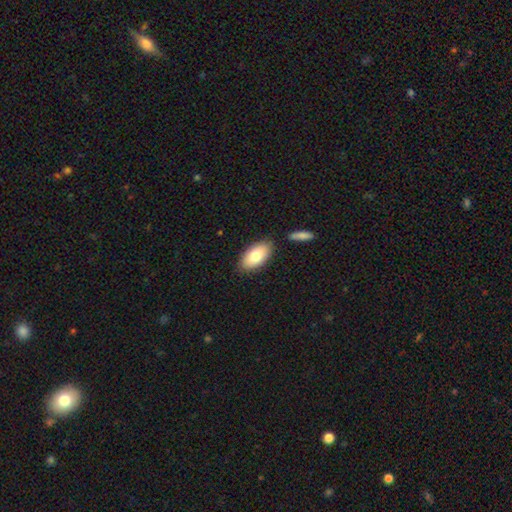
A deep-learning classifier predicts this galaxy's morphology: A smooth galaxy with no disk features (78%) that is in between round and cigar-shaped (93%). Merging: none (82%).